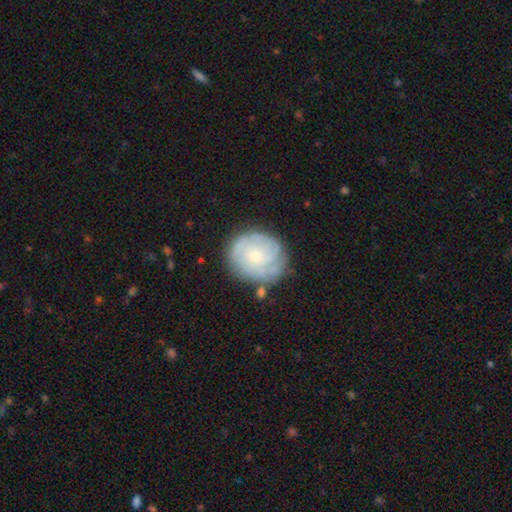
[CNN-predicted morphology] A featured or disk galaxy (66%) with no bar (76%), tight (67%) spiral arms (87%) and a small central bulge (63%). Merging: none (73%).